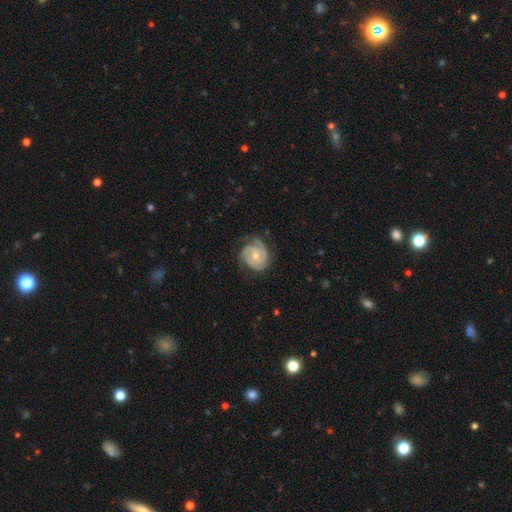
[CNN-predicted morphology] This is clearly a featured or disk galaxy (86%). It is clearly not viewed edge-on (98%). Bar: likely no (67%). Spiral arm pattern: clearly yes (97%). Spiral arm count: possibly 2 (46%). Spiral winding: likely tight (68%). Central bulge: possibly moderate (52%). Merging: likely none (70%).